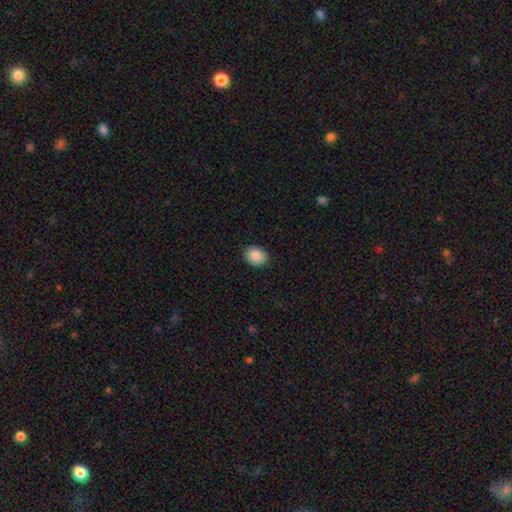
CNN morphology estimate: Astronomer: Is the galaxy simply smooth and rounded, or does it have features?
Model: smooth — 89%.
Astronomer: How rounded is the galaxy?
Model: round — 54% (runner-up: in between, 45%).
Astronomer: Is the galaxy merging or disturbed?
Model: none — 89%.